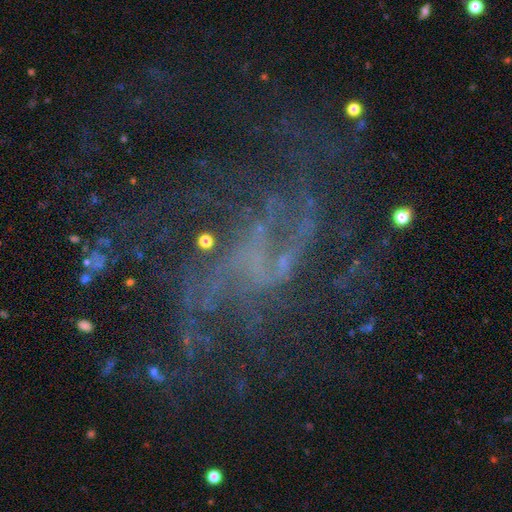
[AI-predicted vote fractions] A featured or disk galaxy (74%) with no bar (42%), loose (50%) spiral arms (84%) and no central bulge (52%). Merging: none (49%).